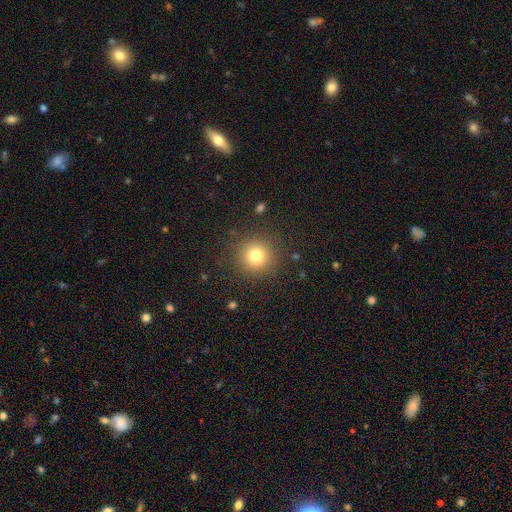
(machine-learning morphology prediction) smooth_or_featured: smooth (p=0.79) [alt: star or artifact p=0.13]
how_rounded: round (p=0.94) [alt: in between p=0.05]
merging: none (p=0.89) [alt: minor disturbance p=0.07]